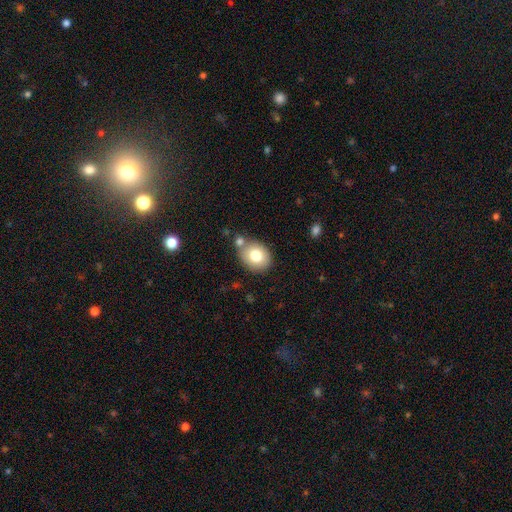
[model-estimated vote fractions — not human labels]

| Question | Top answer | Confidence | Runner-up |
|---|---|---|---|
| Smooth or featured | smooth | 77% | featured or disk (14%) |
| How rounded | in between | 52% | round (47%) |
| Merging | none | 68% | merger (14%) |